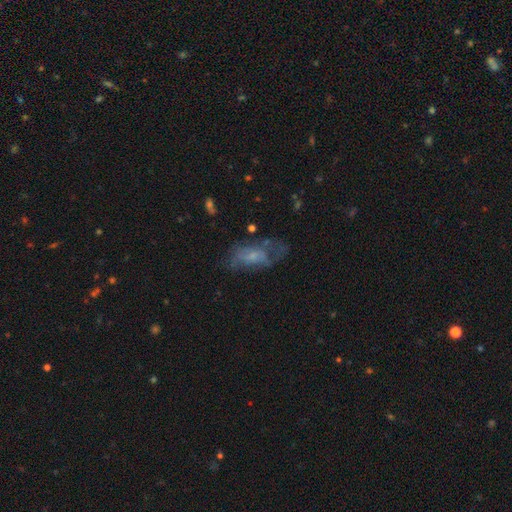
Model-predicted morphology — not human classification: Smooth or featured? Predicted: featured or disk (p=0.47). Merging? Predicted: none (p=0.64).